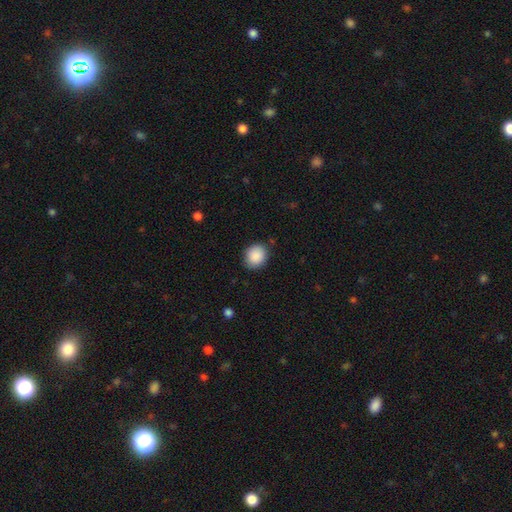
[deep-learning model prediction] A smooth galaxy with no disk features (89%) that is round (67%). Merging: none (85%).